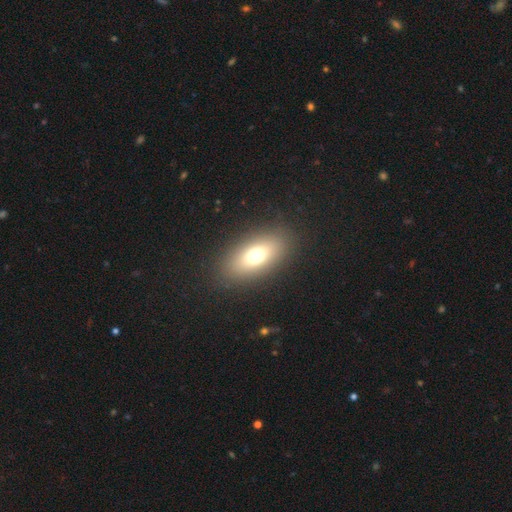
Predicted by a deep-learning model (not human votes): A smooth galaxy with no disk features (68%) that is in between round and cigar-shaped (83%).

Vote fractions:
- Smooth or featured? smooth: 68% / featured or disk: 19% / star or artifact: 13%
- How rounded? in between: 83% / round: 10% / cigar-shaped: 7%
- Merging? none: 86% / minor disturbance: 8% / major disturbance: 4% / merger: 1%